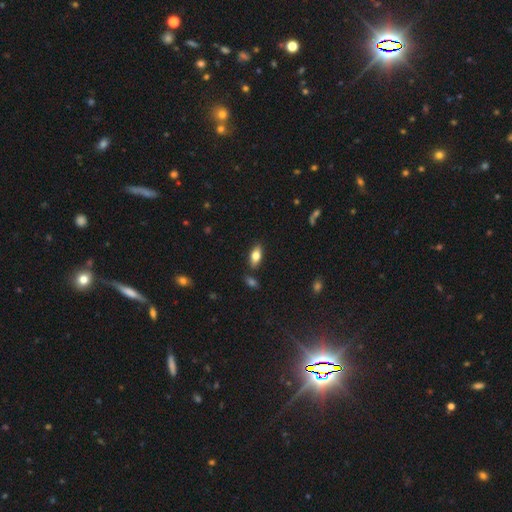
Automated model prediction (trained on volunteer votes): A smooth galaxy with no disk features (74%) that is in between round and cigar-shaped (85%). Merging: none (82%).